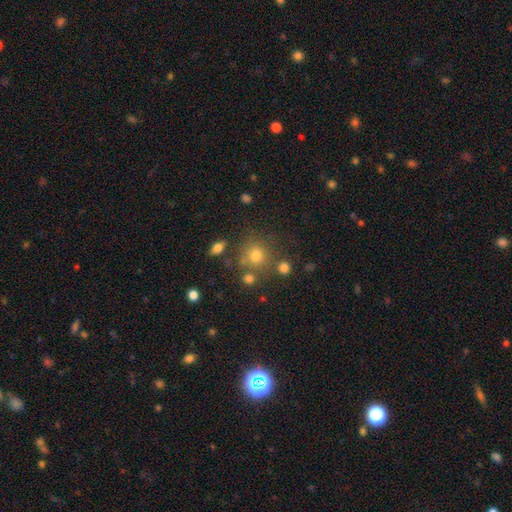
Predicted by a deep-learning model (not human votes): Morphology: type=smooth (71%); roundness=round (87%); merging=none (71%).